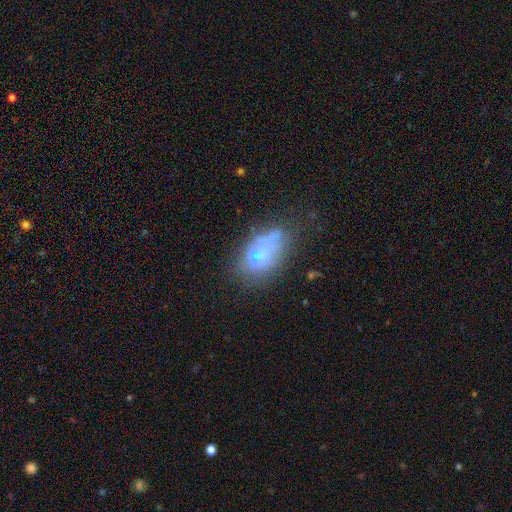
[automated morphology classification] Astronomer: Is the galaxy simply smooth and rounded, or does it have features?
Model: smooth — 60%.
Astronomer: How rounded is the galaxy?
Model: in between — 72%.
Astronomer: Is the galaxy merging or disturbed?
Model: none — 36% (runner-up: minor disturbance, 25%).